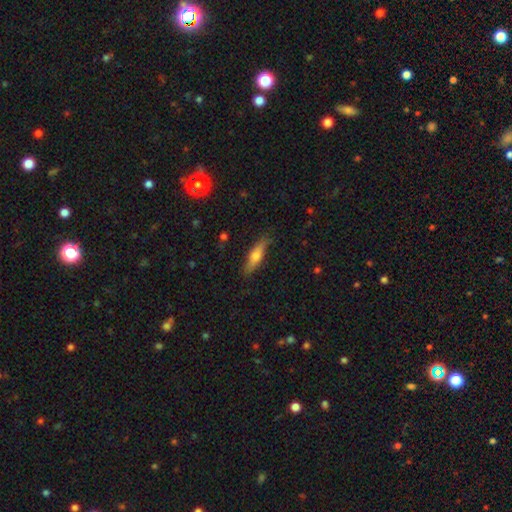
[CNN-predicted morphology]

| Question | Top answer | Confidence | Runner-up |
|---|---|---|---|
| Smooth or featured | smooth | 57% | featured or disk (36%) |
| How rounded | cigar-shaped | 73% | in between (25%) |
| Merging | none | 83% | minor disturbance (13%) |